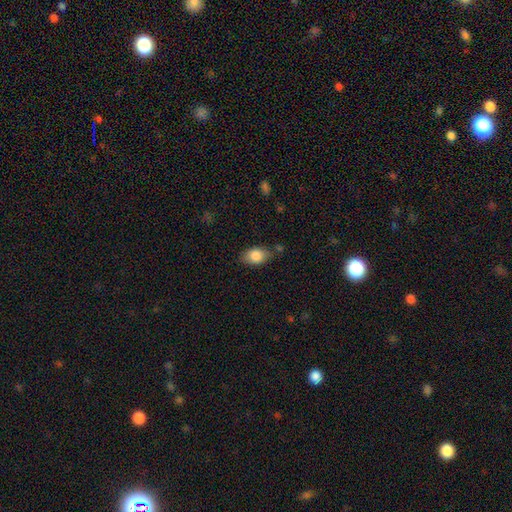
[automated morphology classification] Smooth or featured? smooth (84%)
How rounded? in between (87%)
Merging? none (72%)